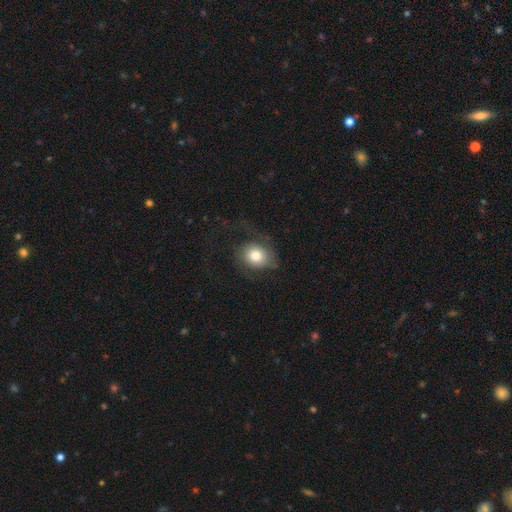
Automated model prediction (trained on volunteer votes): Morphology: type=smooth (69%); roundness=round (68%); merging=none (54%).